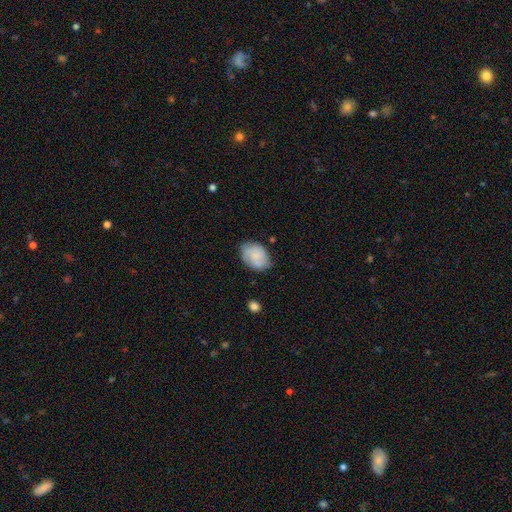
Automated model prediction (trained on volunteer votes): smooth 73%, featured or disk 20%, star or artifact 7%. Down the decision tree: how rounded — in between (76%); merging — none (69%).